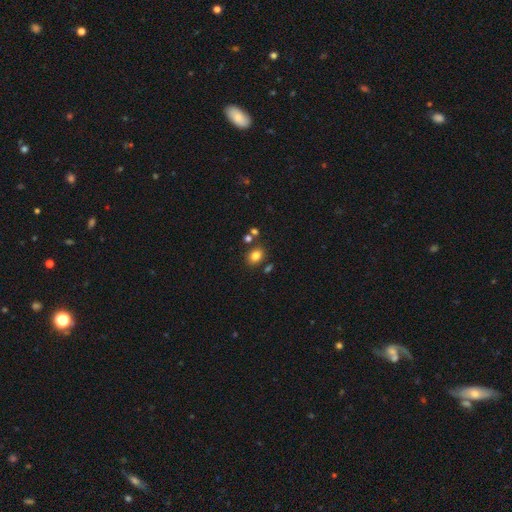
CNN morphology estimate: type=smooth (81%); roundness=in between (60%); merging=none (76%).